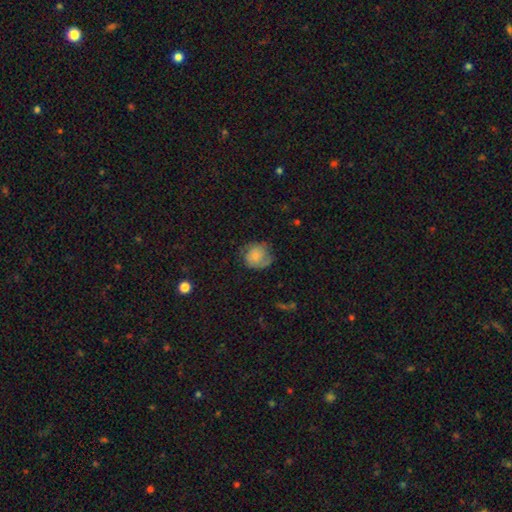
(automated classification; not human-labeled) Smooth or featured? smooth (68%)
How rounded? round (79%)
Merging? none (57%)